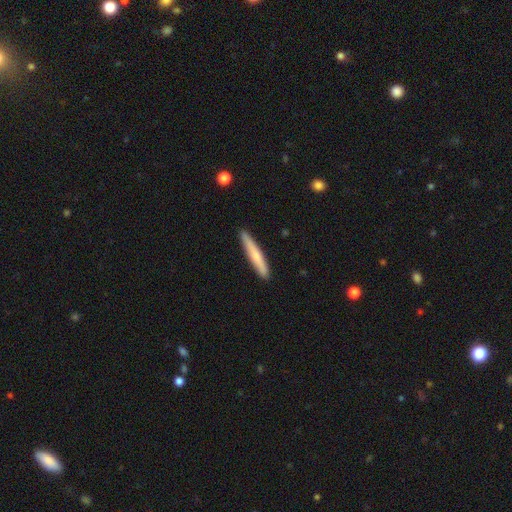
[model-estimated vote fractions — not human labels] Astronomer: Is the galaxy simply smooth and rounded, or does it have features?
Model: smooth — 65%.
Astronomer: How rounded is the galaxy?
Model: cigar-shaped — 95%.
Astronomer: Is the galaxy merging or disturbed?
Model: none — 90%.